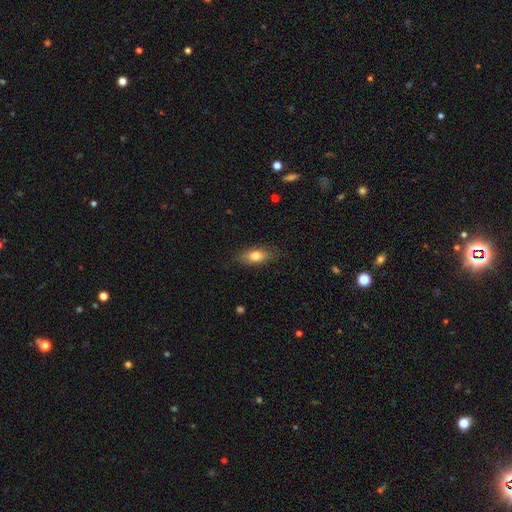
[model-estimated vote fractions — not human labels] Smooth or featured? smooth (78%)
How rounded? in between (82%)
Merging? none (82%)